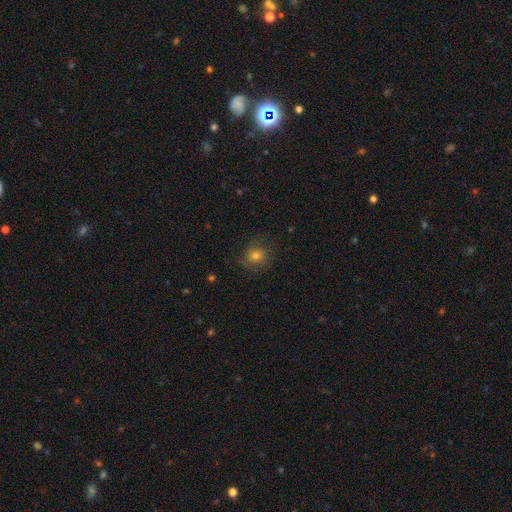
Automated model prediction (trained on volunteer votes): Smooth or featured: smooth — 59% (featured or disk — 23%)
How rounded: round — 82% (in between — 16%)
Merging: none — 73% (minor disturbance — 17%)